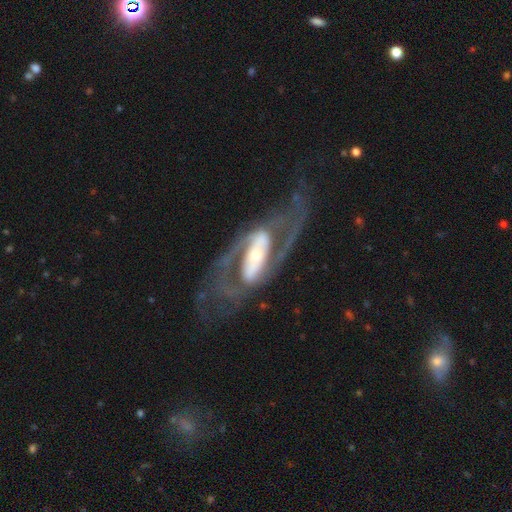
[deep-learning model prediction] The model was most divided on "bulge size": small: 43%, moderate: 42%, large: 11%, dominant: 2%, none: 2%. Remaining: edge-on disk — no (93%); spiral arm count — 2 (90%); spiral arms — yes (90%); smooth or featured — featured or disk (88%); merging — none (60%); bar — strong (59%); spiral winding — medium (49%).